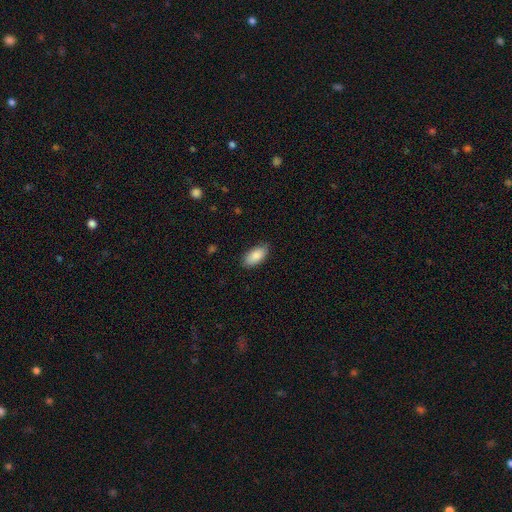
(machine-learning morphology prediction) Overall: smooth (88%). How rounded: in between (93%). Merging: none (83%).